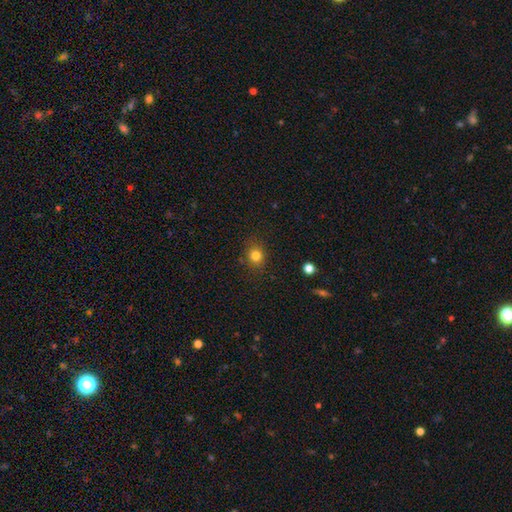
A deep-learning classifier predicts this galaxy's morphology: A smooth galaxy with no disk features (81%) that is round (76%). Merging: none (85%).